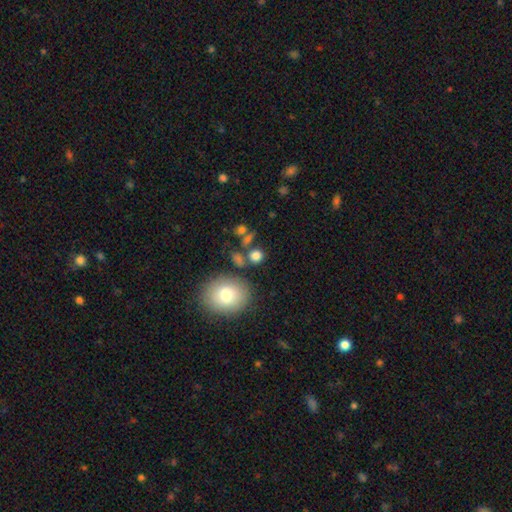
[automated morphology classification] Smooth or featured: smooth — 79% (star or artifact — 12%)
How rounded: round — 71% (in between — 27%)
Merging: none — 64% (merger — 17%)